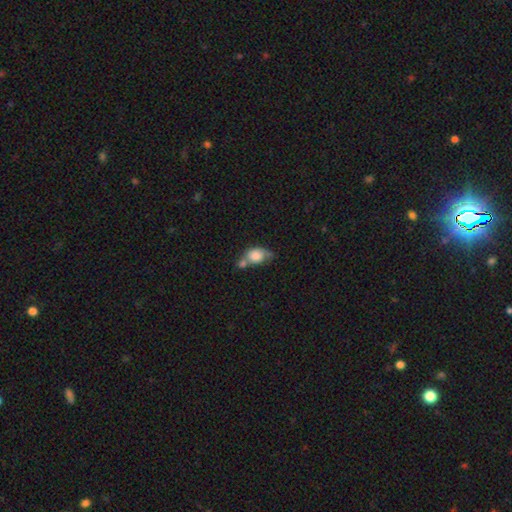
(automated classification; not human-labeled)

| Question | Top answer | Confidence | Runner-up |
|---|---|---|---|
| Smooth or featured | smooth | 74% | featured or disk (18%) |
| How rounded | in between | 70% | round (28%) |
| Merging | merger | 47% | none (22%) |